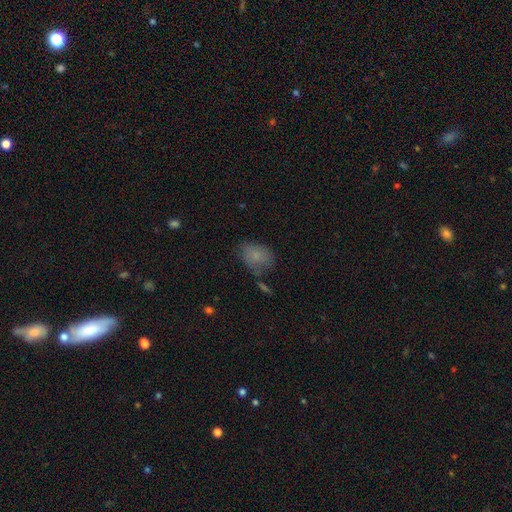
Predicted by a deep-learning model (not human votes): The model was most divided on "merging": none: 54%, minor disturbance: 26%, major disturbance: 11%, merger: 8%. More confident: smooth or featured — smooth (79%); how rounded — in between (75%).